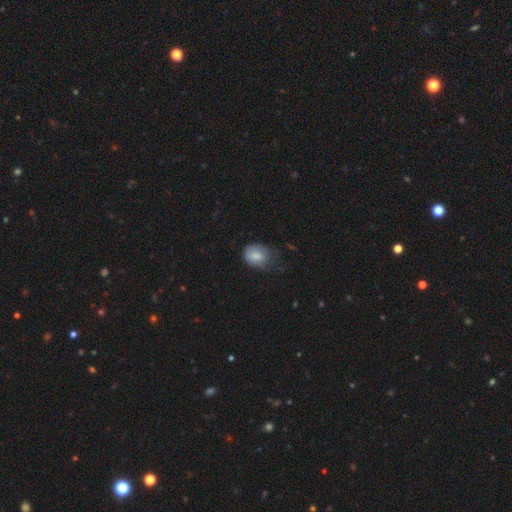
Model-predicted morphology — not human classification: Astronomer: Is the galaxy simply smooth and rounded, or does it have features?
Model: smooth — 79%.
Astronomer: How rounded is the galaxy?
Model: in between — 66%.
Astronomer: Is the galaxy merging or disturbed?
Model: none — 51% (runner-up: minor disturbance, 34%).